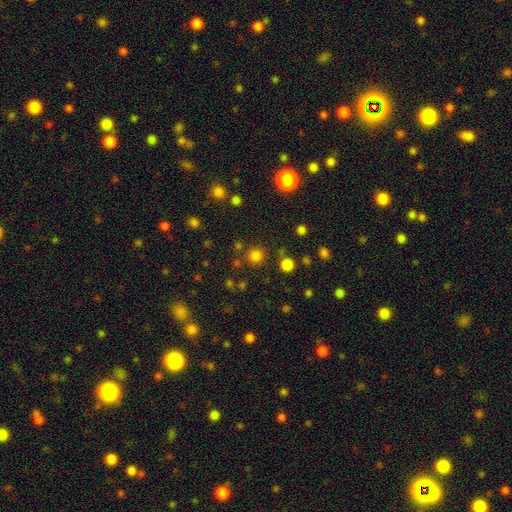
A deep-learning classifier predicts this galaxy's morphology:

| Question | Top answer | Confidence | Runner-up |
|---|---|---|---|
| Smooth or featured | smooth | 78% | star or artifact (18%) |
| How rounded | round | 94% | in between (5%) |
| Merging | none | 85% | minor disturbance (7%) |